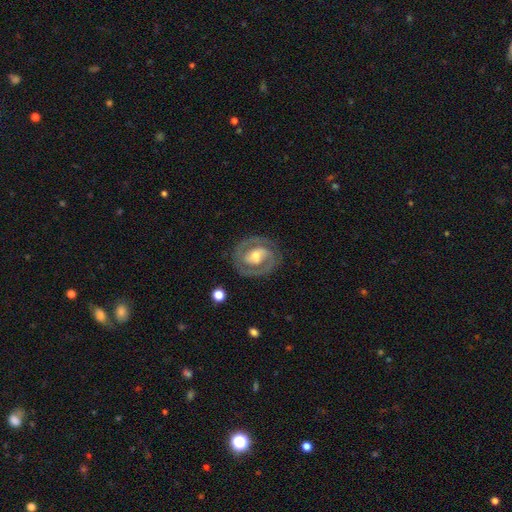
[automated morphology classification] smooth_or_featured: featured or disk (p=0.85) [alt: smooth p=0.11]
disk_edge_on: no (p=0.97) [alt: yes p=0.03]
bar: weak (p=0.40) [alt: strong p=0.31]
has_spiral_arms: yes (p=0.90) [alt: no p=0.10]
spiral_winding: tight (p=0.55) [alt: medium p=0.38]
spiral_arm_count: 2 (p=0.86) [alt: can't tell p=0.06]
bulge_size: moderate (p=0.60) [alt: small p=0.29]
merging: none (p=0.83) [alt: minor disturbance p=0.11]